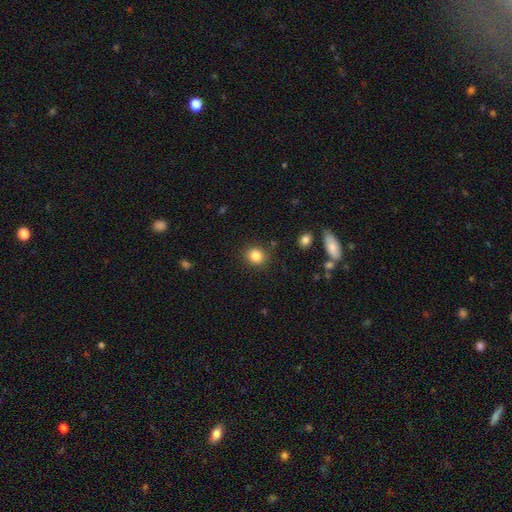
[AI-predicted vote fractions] This is clearly a smooth galaxy (85%). How rounded: likely round (74%). Merging: clearly none (86%).